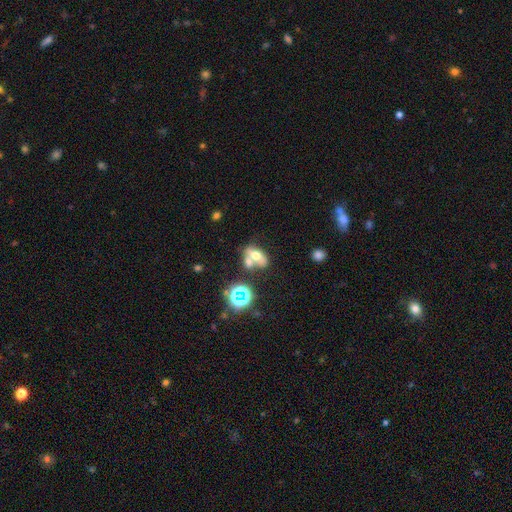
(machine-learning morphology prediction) Smooth or featured?
  - smooth: 55% *
  - featured or disk: 29%
  - star or artifact: 17%
How rounded?
  - in between: 79% *
  - round: 17%
  - cigar-shaped: 4%
Merging?
  - merger: 47% *
  - none: 35%
  - minor disturbance: 11%
  - major disturbance: 6%